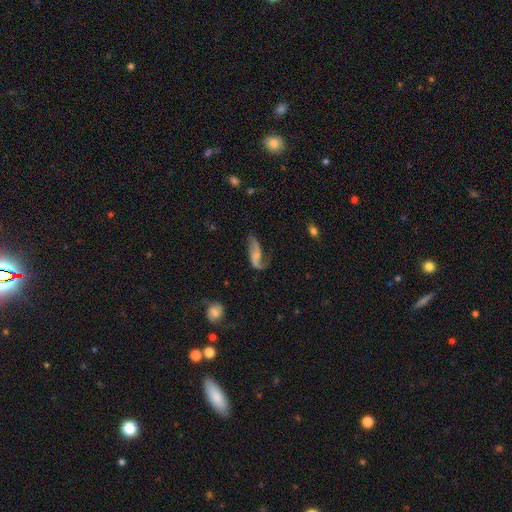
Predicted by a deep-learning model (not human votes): This is likely a featured or disk galaxy (64%). It is clearly not viewed edge-on (92%). Bar: possibly no (57%). Spiral arm pattern: clearly yes (86%). Spiral arm count: likely 2 (72%). Spiral winding: likely loose (78%). Central bulge: marginally none (43%). Merging: marginally none (41%).